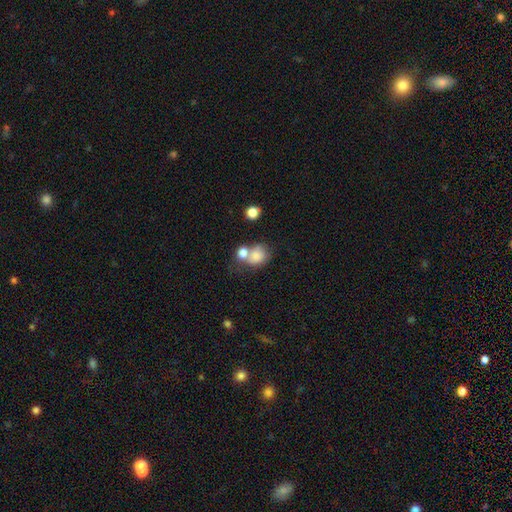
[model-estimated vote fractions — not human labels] This appears to be a smooth galaxy with no disk features (77%) that is round (61%). Merging: merger (50%).